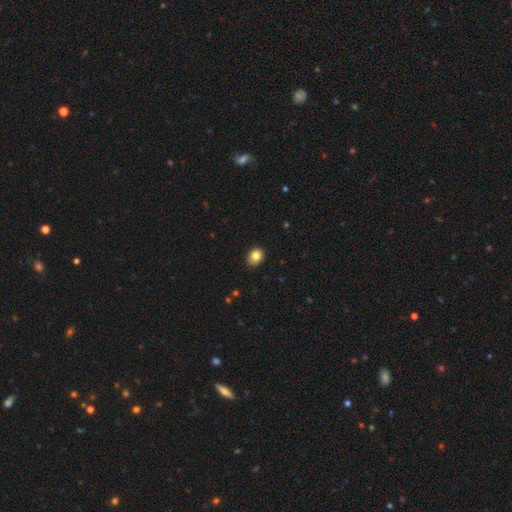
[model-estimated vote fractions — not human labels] The model was most divided on "how rounded": round: 58%, in between: 41%, cigar-shaped: 1%. More confident: merging — none (87%); smooth or featured — smooth (83%).